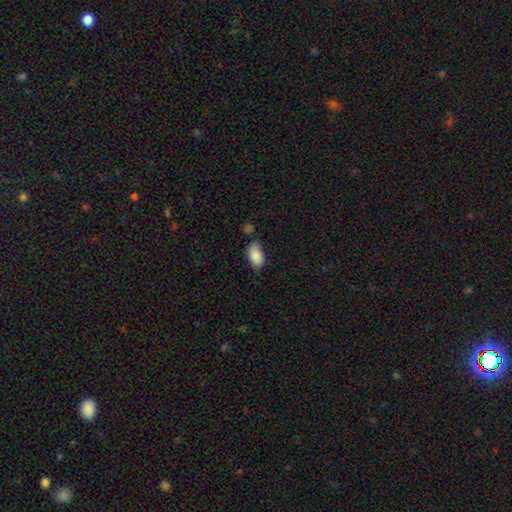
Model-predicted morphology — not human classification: Smooth or featured?
  - smooth: 86% *
  - featured or disk: 7%
  - star or artifact: 7%
How rounded?
  - in between: 93% *
  - round: 6%
  - cigar-shaped: 2%
Merging?
  - none: 61% *
  - minor disturbance: 28%
  - major disturbance: 6%
  - merger: 6%